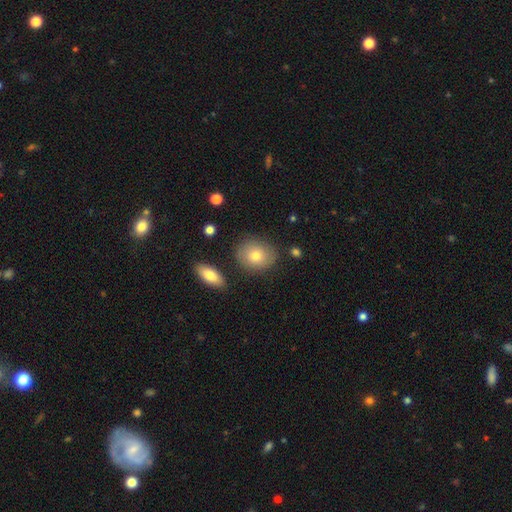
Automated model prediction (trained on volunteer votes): Smooth or featured?
  - smooth: 74% *
  - featured or disk: 17%
  - star or artifact: 9%
How rounded?
  - round: 64% *
  - in between: 35%
  - cigar-shaped: 1%
Merging?
  - none: 80% *
  - minor disturbance: 12%
  - merger: 4%
  - major disturbance: 3%